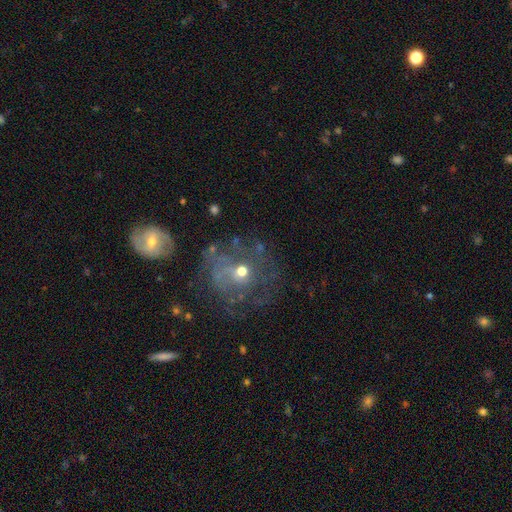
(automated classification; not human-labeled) smooth-or-featured: featured or disk: 56% | smooth: 26% | star or artifact: 19%
  disk-edge-on: no: 96% | yes: 4%
    bar: no: 78% | weak: 17% | strong: 4%
    has-spiral-arms: yes: 54% | no: 46%
    bulge-size: small: 48% | moderate: 45% | none: 3% | large: 3% | dominant: 1%
  merging: none: 56% | major disturbance: 19% | minor disturbance: 17% | merger: 8%